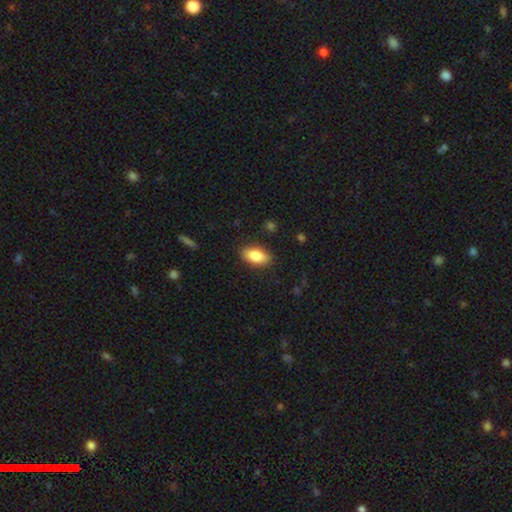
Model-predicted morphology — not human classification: Smooth or featured?
  - smooth: 83% *
  - featured or disk: 10%
  - star or artifact: 7%
How rounded?
  - in between: 90% *
  - cigar-shaped: 6%
  - round: 4%
Merging?
  - none: 87% *
  - minor disturbance: 10%
  - major disturbance: 2%
  - merger: 1%